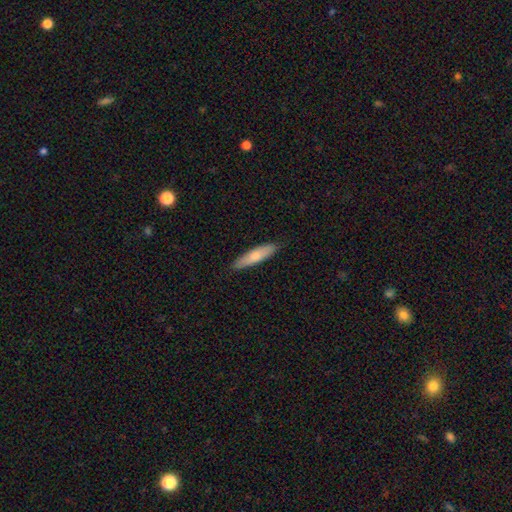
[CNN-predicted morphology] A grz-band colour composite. It shows a smooth galaxy with no disk features (71%) that is cigar-shaped (73%). Merging: none (87%).